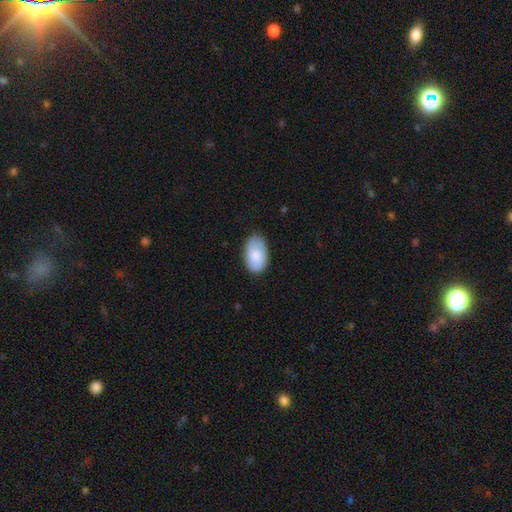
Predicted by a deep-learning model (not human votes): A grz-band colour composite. It shows a smooth galaxy with no disk features (80%) that is in between round and cigar-shaped (93%). Merging: none (80%).